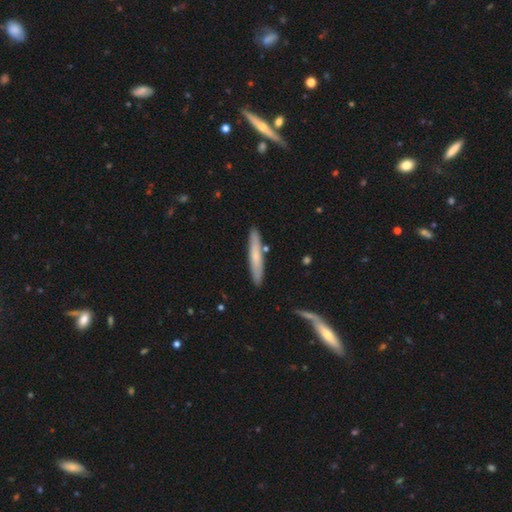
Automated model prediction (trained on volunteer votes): A smooth galaxy with no disk features (64%) that is cigar-shaped (93%). Merging: none (84%).